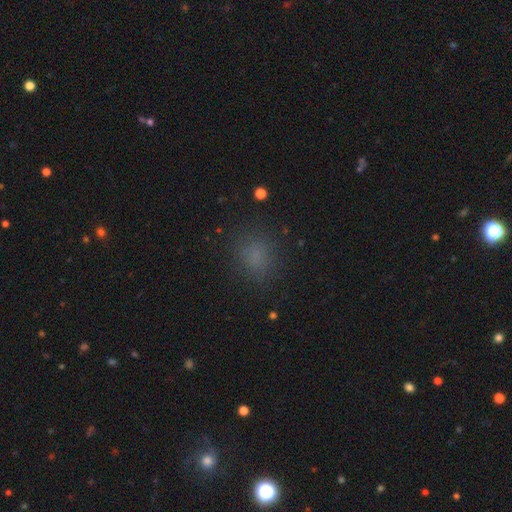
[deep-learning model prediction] A smooth galaxy with no disk features (76%) that is round (68%). Merging: none (84%).